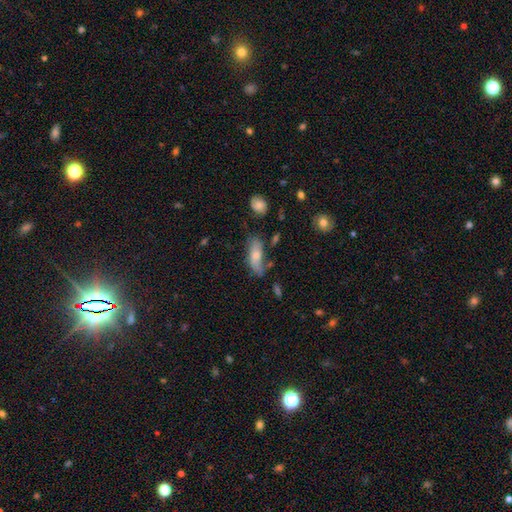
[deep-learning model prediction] smooth-or-featured: smooth: 64% | featured or disk: 28% | star or artifact: 8%
  how-rounded: in between: 73% | cigar-shaped: 24% | round: 3%
  merging: none: 47% | minor disturbance: 31% | major disturbance: 14% | merger: 9%